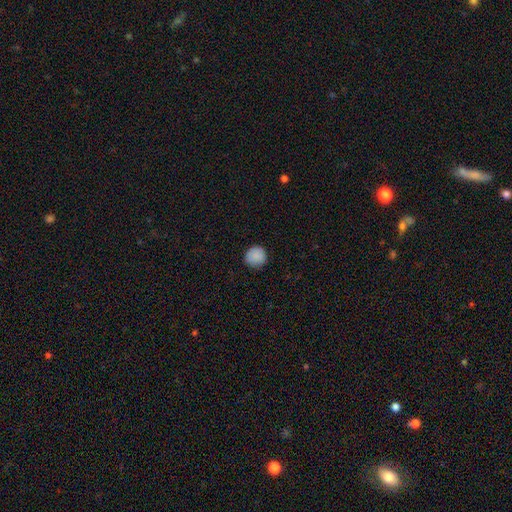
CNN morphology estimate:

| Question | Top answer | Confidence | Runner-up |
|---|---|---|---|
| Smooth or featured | smooth | 88% | star or artifact (8%) |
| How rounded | round | 92% | in between (7%) |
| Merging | none | 88% | minor disturbance (9%) |